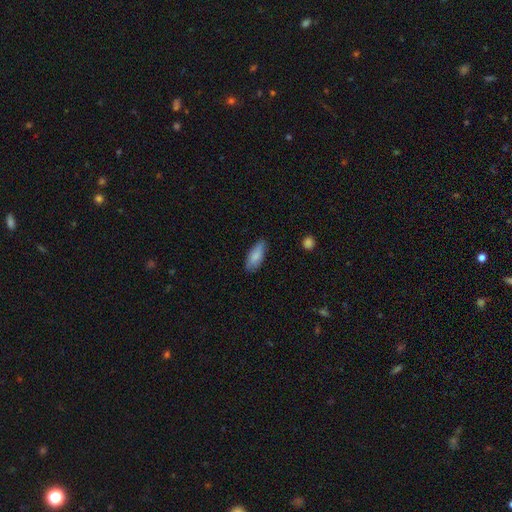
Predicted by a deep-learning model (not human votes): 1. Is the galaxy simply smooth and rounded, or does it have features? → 83% smooth, 10% featured or disk, 6% star or artifact.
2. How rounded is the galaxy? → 78% in between, 20% cigar-shaped, 2% round.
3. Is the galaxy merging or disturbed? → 76% none, 19% minor disturbance, 3% major disturbance, 1% merger.